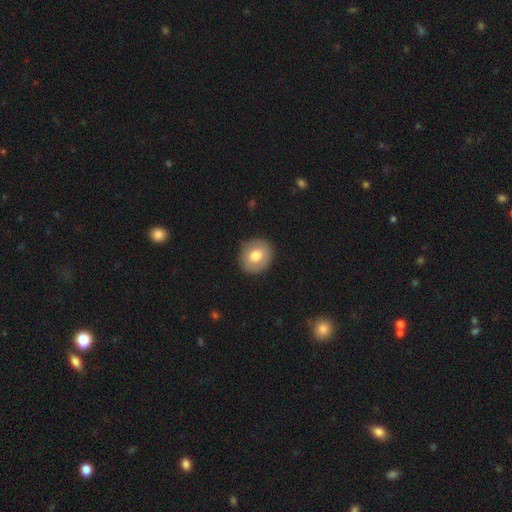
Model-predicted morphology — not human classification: This is likely a smooth galaxy (69%). How rounded: likely round (75%). Merging: clearly none (87%).